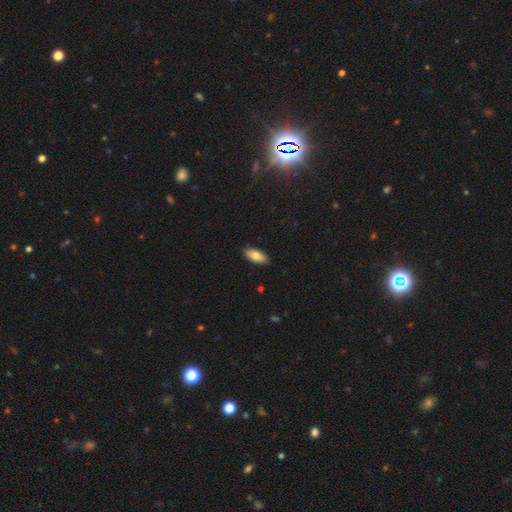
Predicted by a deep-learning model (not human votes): This is clearly a smooth galaxy (81%). How rounded: clearly in between (89%). Merging: clearly none (89%).